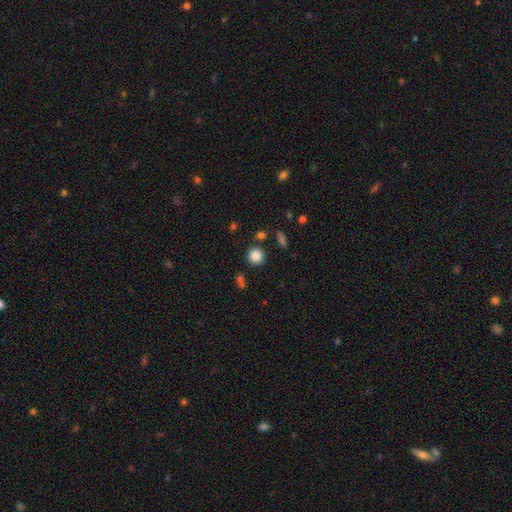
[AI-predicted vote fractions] smooth-or-featured: smooth: 85% | star or artifact: 10% | featured or disk: 5%
  how-rounded: round: 92% | in between: 7% | cigar-shaped: 1%
  merging: none: 86% | minor disturbance: 7% | merger: 4% | major disturbance: 3%